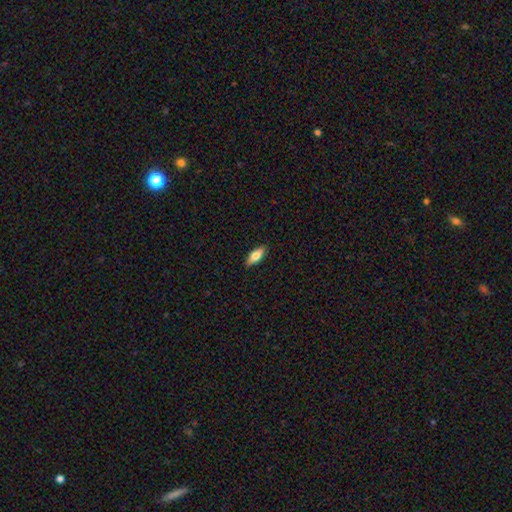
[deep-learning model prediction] Q: Smooth or featured?
A: smooth (70%); runner-up: featured or disk (24%)
Q: How rounded?
A: in between (73%); runner-up: cigar-shaped (25%)
Q: Merging?
A: none (88%); runner-up: minor disturbance (9%)